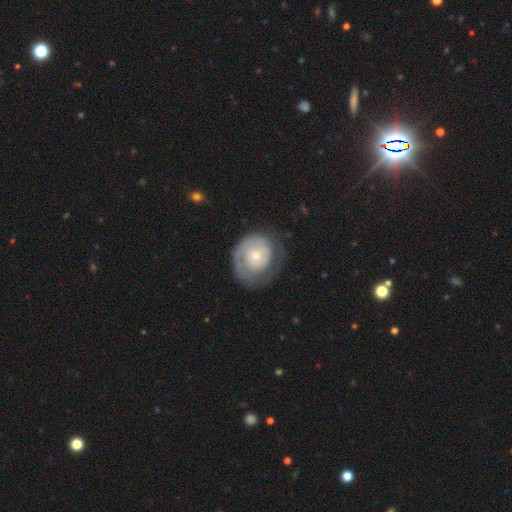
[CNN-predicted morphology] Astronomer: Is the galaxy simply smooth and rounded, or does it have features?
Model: featured or disk — 62%.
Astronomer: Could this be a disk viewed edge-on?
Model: no — 97%.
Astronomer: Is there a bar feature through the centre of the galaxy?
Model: no — 81%.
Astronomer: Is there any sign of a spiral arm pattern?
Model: yes — 72%.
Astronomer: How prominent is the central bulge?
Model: small — 54% (runner-up: moderate, 41%).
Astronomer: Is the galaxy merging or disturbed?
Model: none — 57%.